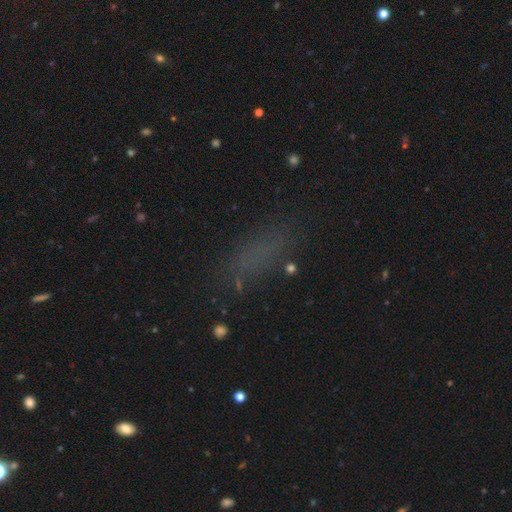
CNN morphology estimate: Q: Smooth or featured?
A: smooth (57%); runner-up: star or artifact (28%)
Q: How rounded?
A: in between (59%); runner-up: cigar-shaped (34%)
Q: Merging?
A: none (66%); runner-up: minor disturbance (19%)